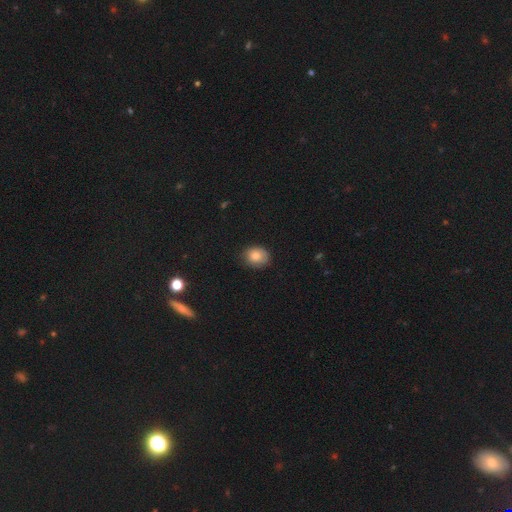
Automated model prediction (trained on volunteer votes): This appears to be a smooth galaxy with no disk features (79%) that is round (51%). Merging: none (77%).